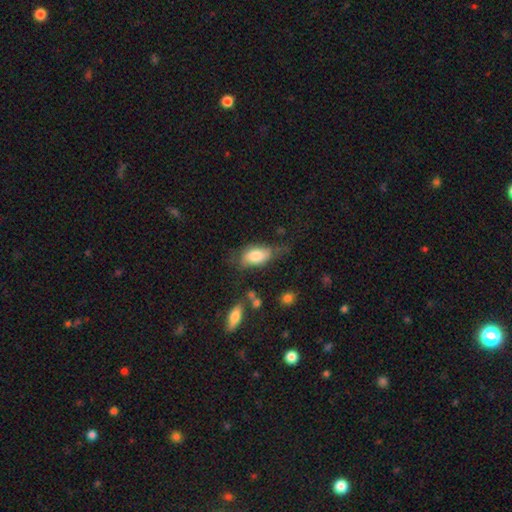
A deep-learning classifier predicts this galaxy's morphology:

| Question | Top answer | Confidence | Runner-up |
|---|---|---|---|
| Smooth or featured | smooth | 76% | featured or disk (18%) |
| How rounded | in between | 91% | cigar-shaped (5%) |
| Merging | none | 41% | minor disturbance (33%) |